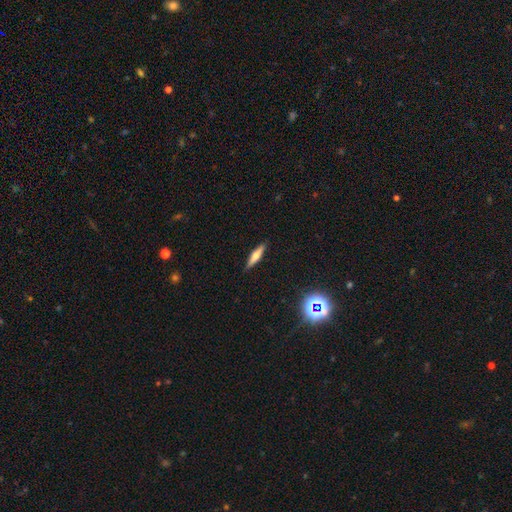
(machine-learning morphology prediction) type=smooth (53%); roundness=cigar-shaped (79%); merging=none (88%).